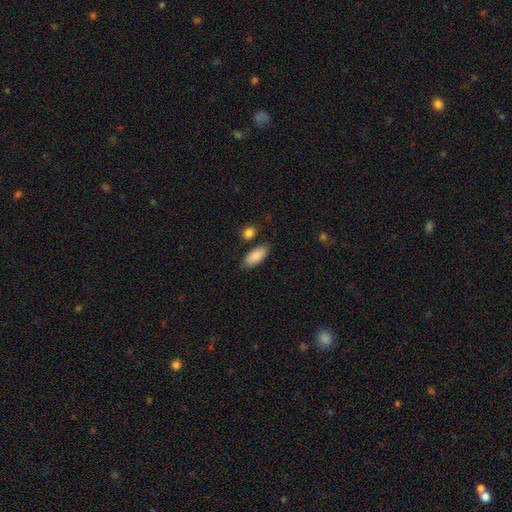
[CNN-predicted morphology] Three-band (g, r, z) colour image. It shows a smooth galaxy with no disk features (88%) that is in between round and cigar-shaped (86%). Merging: none (77%).